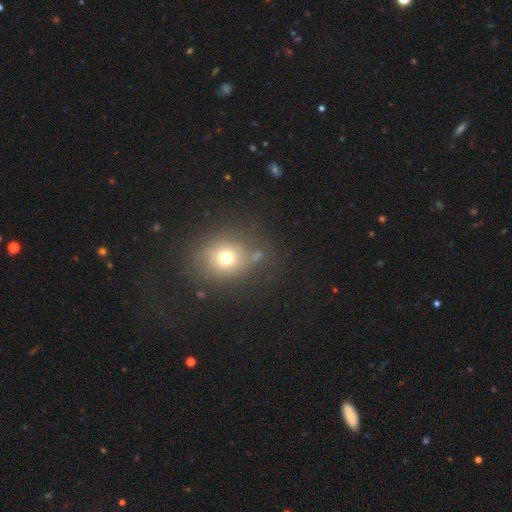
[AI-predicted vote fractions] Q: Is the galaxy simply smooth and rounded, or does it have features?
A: smooth — 66%.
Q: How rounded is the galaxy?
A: round — 70%.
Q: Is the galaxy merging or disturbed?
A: none — 68%.